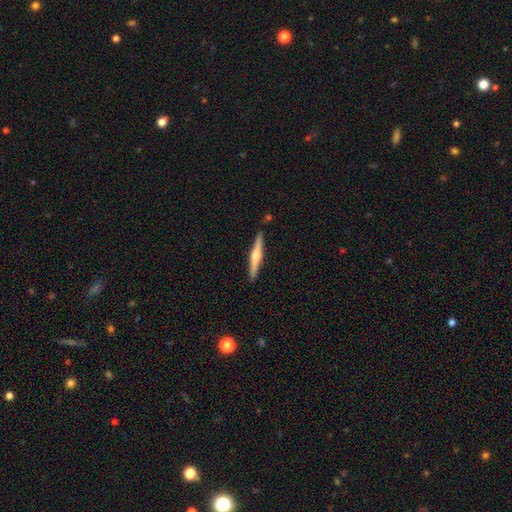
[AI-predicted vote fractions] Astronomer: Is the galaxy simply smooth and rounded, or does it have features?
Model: featured or disk — 60%.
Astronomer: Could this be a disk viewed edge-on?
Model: yes — 98%.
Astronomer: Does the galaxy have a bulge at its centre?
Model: rounded — 86%.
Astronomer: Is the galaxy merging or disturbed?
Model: none — 90%.